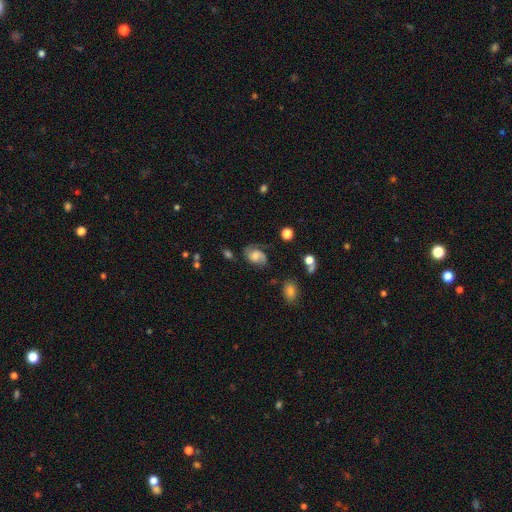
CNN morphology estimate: Overall: featured or disk (61%; smooth 29%). Edge-on disk: no (97%). Bar: no (59%; weak 35%). Spiral arms: yes (90%). Spiral arm count: 2 (72%). Spiral winding: medium (46%; tight 29%). Bulge size: moderate (38%; small 26%). Merging: none (59%; minor disturbance 24%).